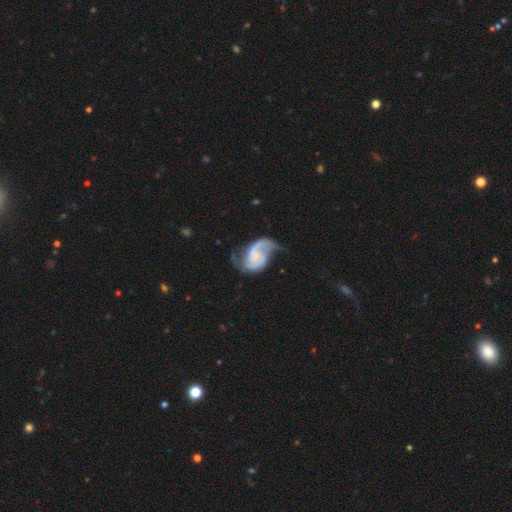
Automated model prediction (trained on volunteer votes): Smooth or featured? featured or disk (83%)
Edge-on disk? no (98%)
Bar? no (56%)
Spiral arms? yes (94%)
Spiral winding? loose (47%)
Spiral arm count? 2 (84%)
Bulge size? small (48%)
Merging? none (45%)